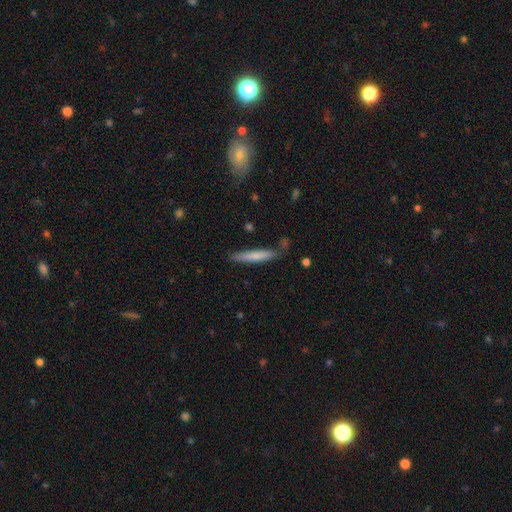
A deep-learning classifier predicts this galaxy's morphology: Smooth or featured: smooth — 72% (featured or disk — 23%)
How rounded: cigar-shaped — 93% (in between — 5%)
Merging: none — 80% (minor disturbance — 14%)